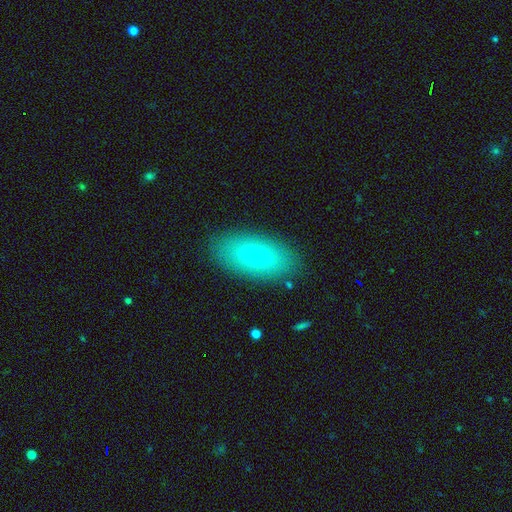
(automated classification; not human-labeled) smooth 71%, featured or disk 20%, star or artifact 8%. Down the decision tree: how rounded — in between (88%); merging — none (87%).